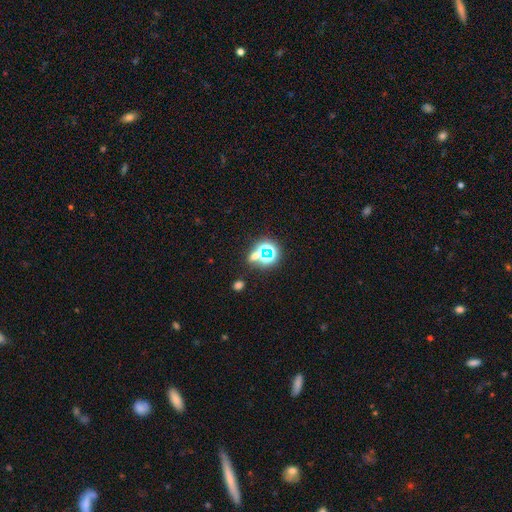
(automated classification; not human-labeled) Q: Smooth or featured?
A: star or artifact (58%); runner-up: smooth (31%)